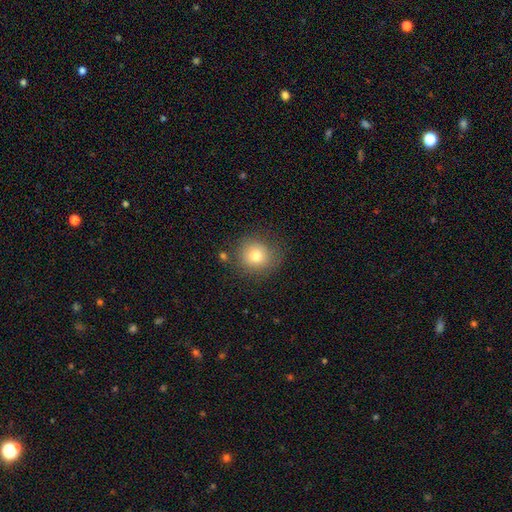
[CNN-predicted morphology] smooth_or_featured: smooth (p=0.77) [alt: featured or disk p=0.12]
how_rounded: round (p=0.87) [alt: in between p=0.12]
merging: none (p=0.77) [alt: minor disturbance p=0.14]